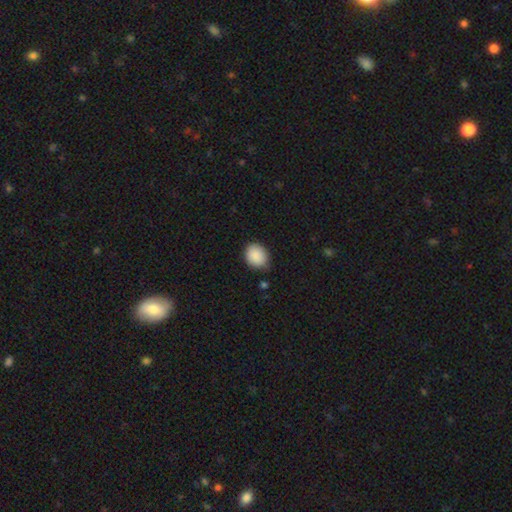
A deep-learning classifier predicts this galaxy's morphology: Q: Smooth or featured?
A: smooth (89%); runner-up: star or artifact (7%)
Q: How rounded?
A: round (60%); runner-up: in between (39%)
Q: Merging?
A: none (79%); runner-up: minor disturbance (16%)